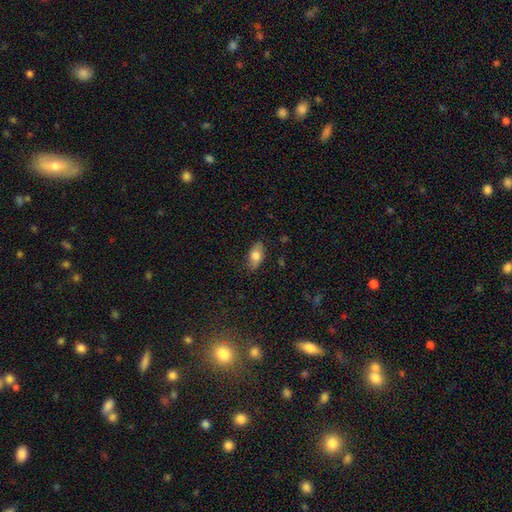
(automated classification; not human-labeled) Smooth or featured?
  - smooth: 74% *
  - featured or disk: 18%
  - star or artifact: 7%
How rounded?
  - in between: 89% *
  - cigar-shaped: 6%
  - round: 5%
Merging?
  - none: 81% *
  - minor disturbance: 14%
  - major disturbance: 3%
  - merger: 1%